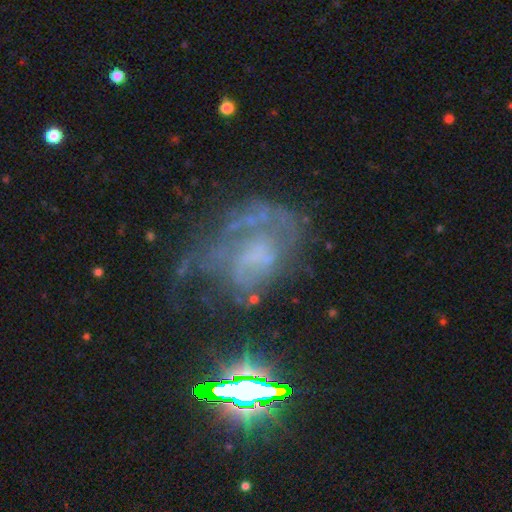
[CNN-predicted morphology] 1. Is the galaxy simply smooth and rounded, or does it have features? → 63% featured or disk, 20% star or artifact, 16% smooth.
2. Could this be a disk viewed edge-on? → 97% no, 3% yes.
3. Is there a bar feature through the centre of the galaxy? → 74% no, 20% weak, 6% strong.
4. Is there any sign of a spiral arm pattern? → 54% yes, 46% no.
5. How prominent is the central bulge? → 62% none, 15% small, 14% moderate, 6% large, 2% dominant.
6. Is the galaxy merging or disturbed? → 43% major disturbance, 31% none, 20% minor disturbance, 6% merger.